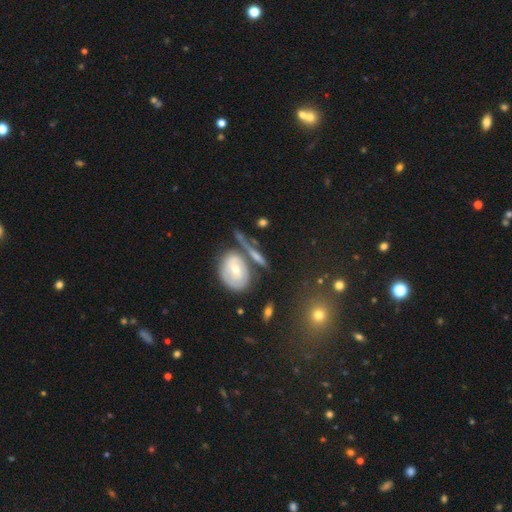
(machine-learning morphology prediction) Smooth or featured?
  - featured or disk: 50% *
  - smooth: 38%
  - star or artifact: 12%
Edge-on disk?
  - no: 53% *
  - yes: 47%
Merging?
  - none: 57% *
  - merger: 19%
  - minor disturbance: 16%
  - major disturbance: 8%